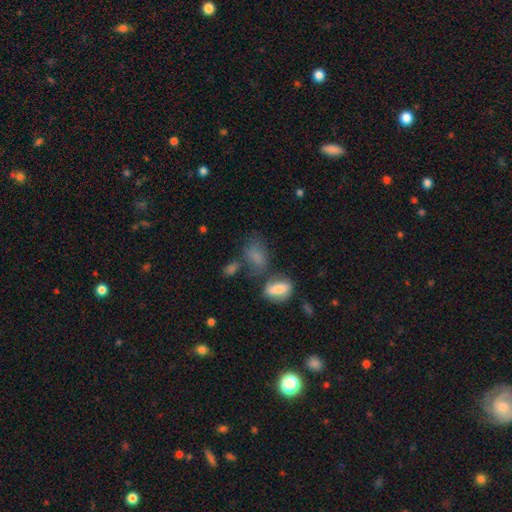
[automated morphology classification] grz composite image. It shows a smooth galaxy with no disk features (74%) that is in between round and cigar-shaped (82%). Merging: none (42%).